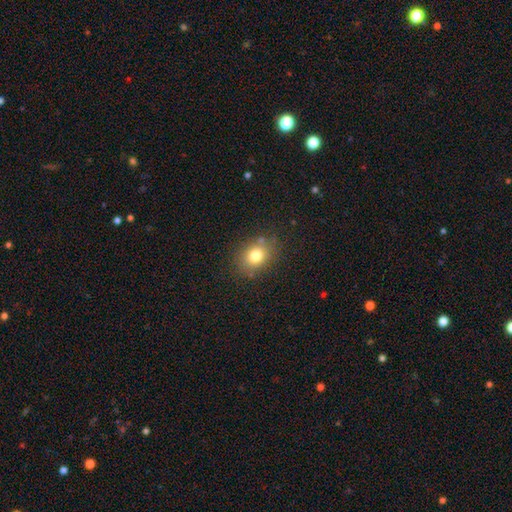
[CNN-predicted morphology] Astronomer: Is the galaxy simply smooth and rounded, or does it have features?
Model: smooth — 78%.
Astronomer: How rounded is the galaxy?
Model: round — 55% (runner-up: in between, 44%).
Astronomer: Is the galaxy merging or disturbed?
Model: none — 79%.